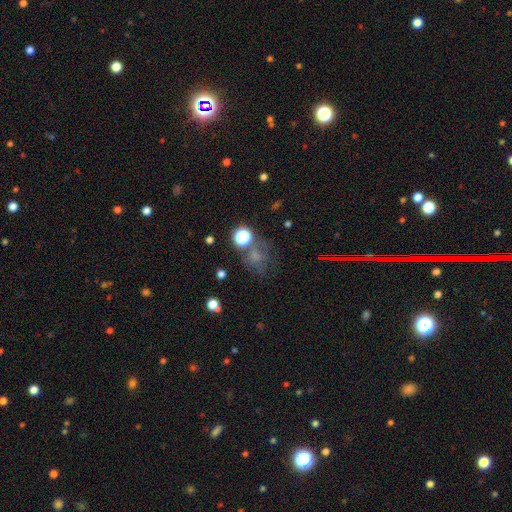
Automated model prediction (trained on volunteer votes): smooth-or-featured: smooth: 51% | star or artifact: 33% | featured or disk: 16%
  how-rounded: round: 76% | in between: 23% | cigar-shaped: 1%
  merging: none: 59% | minor disturbance: 17% | major disturbance: 13% | merger: 11%